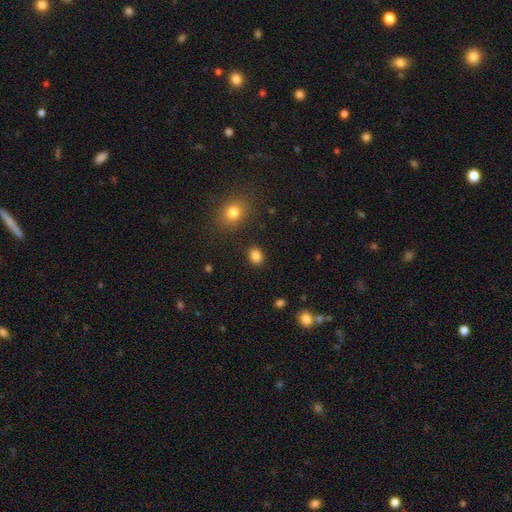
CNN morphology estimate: The model was most divided on "how rounded": in between: 50%, round: 49%, cigar-shaped: 1%. More confident: merging — none (88%); smooth or featured — smooth (85%).